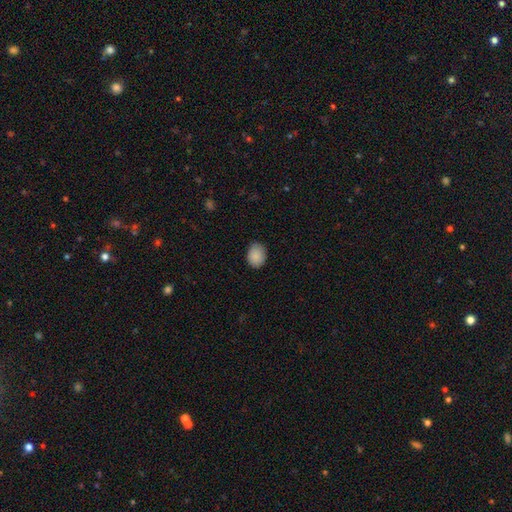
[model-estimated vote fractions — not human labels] Overall: smooth (89%). How rounded: in between (60%; round 39%). Merging: none (84%).